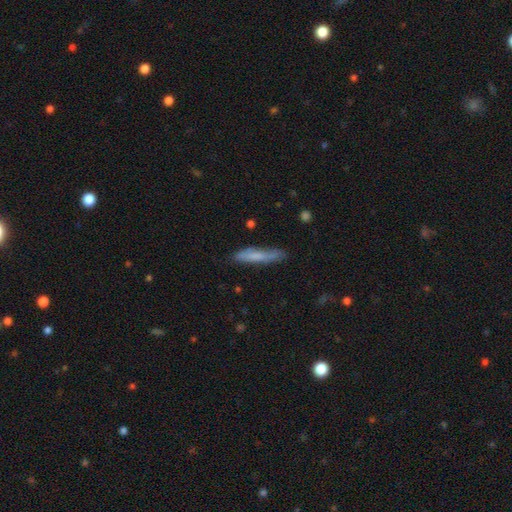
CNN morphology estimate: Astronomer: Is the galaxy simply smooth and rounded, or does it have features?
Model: smooth — 68%.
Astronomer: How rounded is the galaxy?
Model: cigar-shaped — 89%.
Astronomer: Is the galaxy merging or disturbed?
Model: none — 75%.